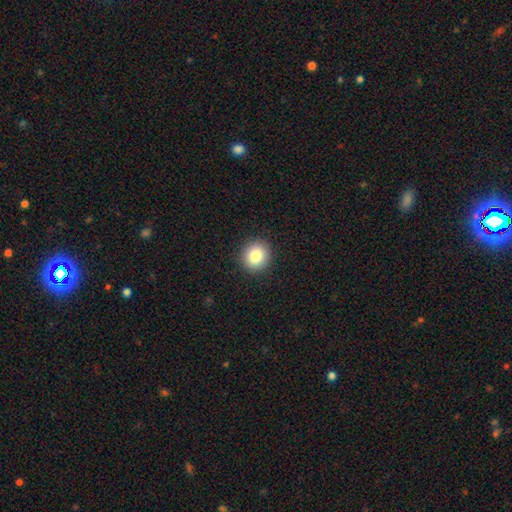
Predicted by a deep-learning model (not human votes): Overall: smooth (83%). How rounded: round (85%). Merging: none (92%).